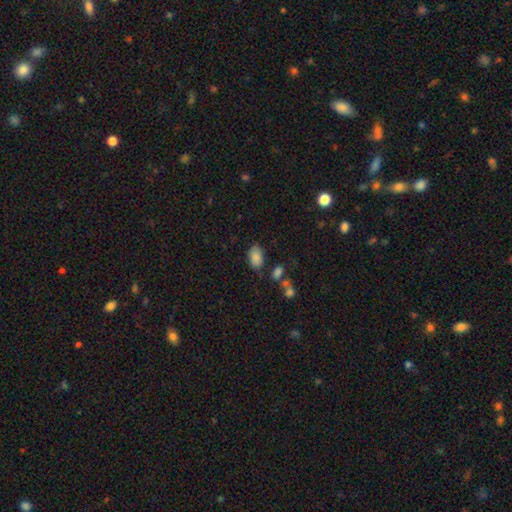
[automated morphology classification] The model was most divided on "merging": none: 74%, minor disturbance: 17%, merger: 5%, major disturbance: 4%. More confident: how rounded — in between (91%); smooth or featured — smooth (86%).